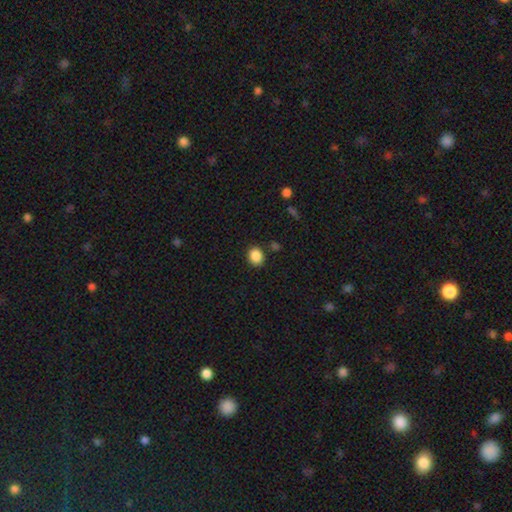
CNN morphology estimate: This is clearly a smooth galaxy (87%). How rounded: possibly round (60%). Merging: clearly none (84%).